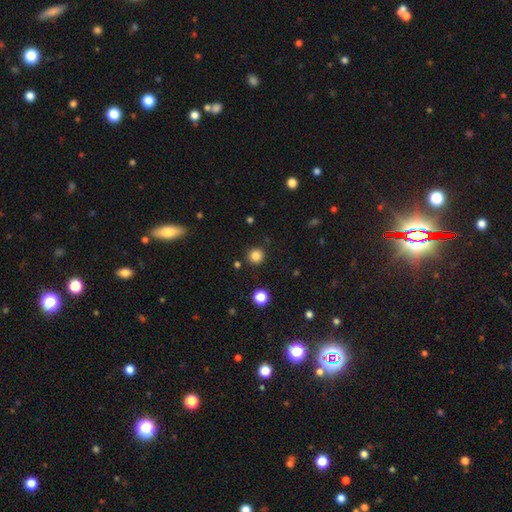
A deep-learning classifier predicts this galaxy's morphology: This appears to be a smooth galaxy with no disk features (84%) that is round (94%). Merging: none (89%).